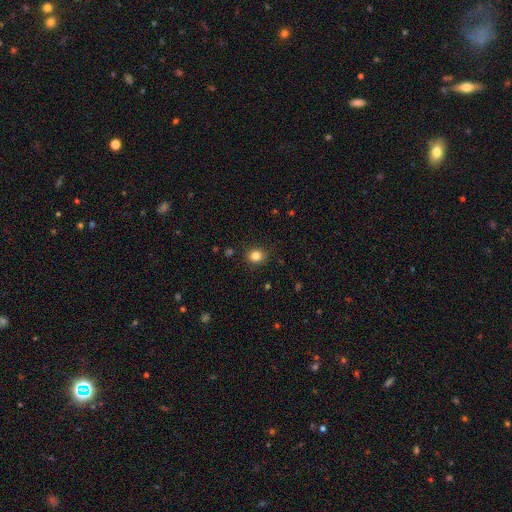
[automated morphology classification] A smooth galaxy with no disk features (83%) that is round (81%).

Vote fractions:
- Smooth or featured? smooth: 83% / star or artifact: 12% / featured or disk: 5%
- How rounded? round: 81% / in between: 18% / cigar-shaped: 1%
- Merging? none: 87% / minor disturbance: 10% / major disturbance: 2% / merger: 1%